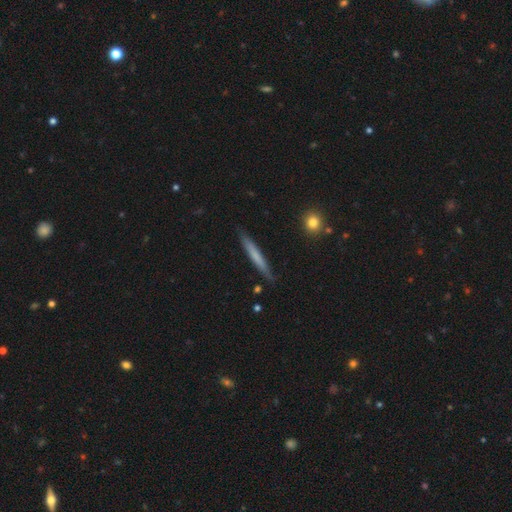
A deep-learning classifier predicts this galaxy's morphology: type=smooth (61%); roundness=cigar-shaped (96%); merging=none (87%).